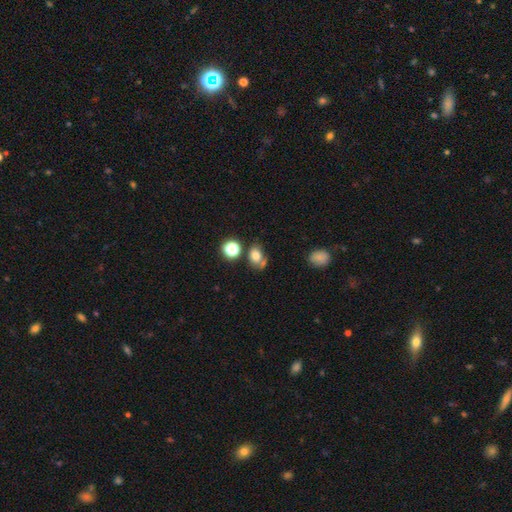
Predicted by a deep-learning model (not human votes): smooth_or_featured: smooth (p=0.75) [alt: star or artifact p=0.14]
how_rounded: in between (p=0.63) [alt: round p=0.36]
merging: none (p=0.52) [alt: merger p=0.23]